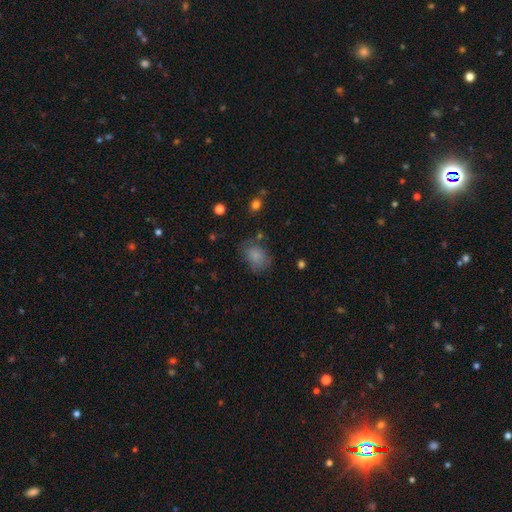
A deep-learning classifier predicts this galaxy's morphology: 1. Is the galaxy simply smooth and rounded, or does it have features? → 80% smooth, 10% star or artifact, 9% featured or disk.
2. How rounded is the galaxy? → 64% in between, 35% round, 1% cigar-shaped.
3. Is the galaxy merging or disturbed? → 63% none, 24% minor disturbance, 10% major disturbance, 3% merger.